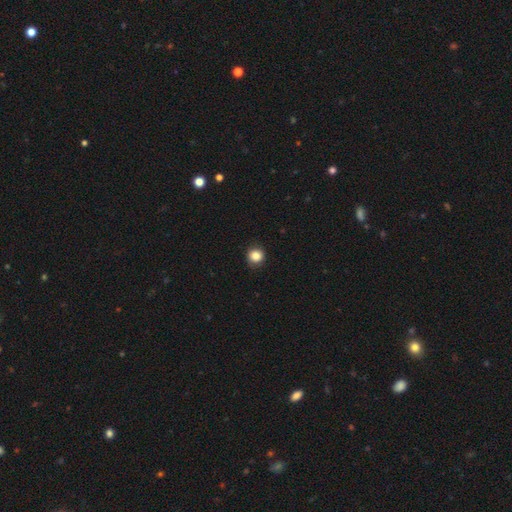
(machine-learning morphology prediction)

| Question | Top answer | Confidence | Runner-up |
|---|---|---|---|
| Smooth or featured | smooth | 86% | star or artifact (10%) |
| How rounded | round | 92% | in between (7%) |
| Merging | none | 89% | minor disturbance (8%) |